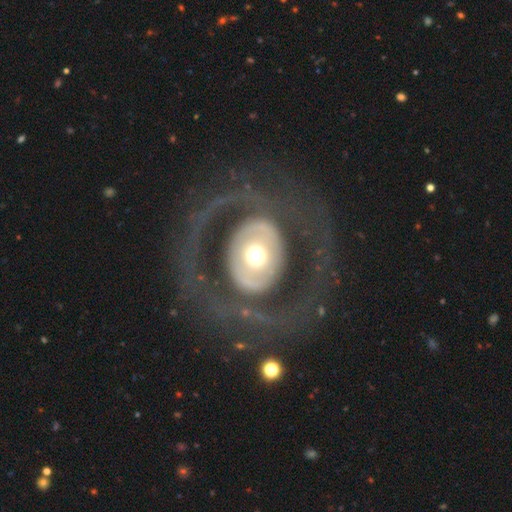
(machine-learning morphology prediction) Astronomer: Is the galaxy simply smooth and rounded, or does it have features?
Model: featured or disk — 71%.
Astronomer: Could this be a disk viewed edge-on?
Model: no — 94%.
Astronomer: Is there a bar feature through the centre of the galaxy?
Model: no — 79%.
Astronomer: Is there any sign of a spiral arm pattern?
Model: no — 58% (runner-up: yes, 42%).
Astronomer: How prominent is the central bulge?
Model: moderate — 61%.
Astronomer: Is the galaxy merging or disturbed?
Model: none — 70%.